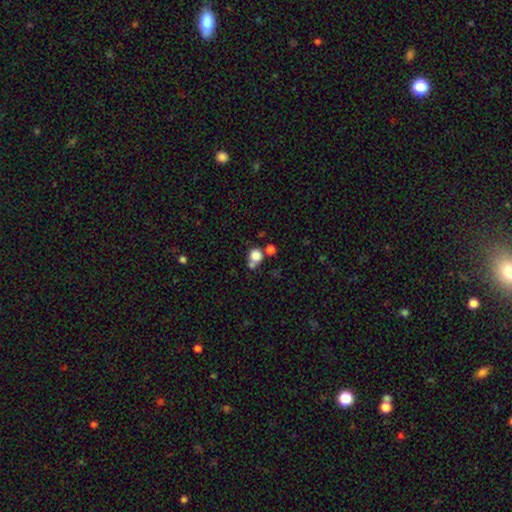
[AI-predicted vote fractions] Smooth or featured?
  - smooth: 80% *
  - star or artifact: 11%
  - featured or disk: 9%
How rounded?
  - round: 83% *
  - in between: 16%
  - cigar-shaped: 1%
Merging?
  - none: 51% *
  - merger: 30%
  - minor disturbance: 13%
  - major disturbance: 6%